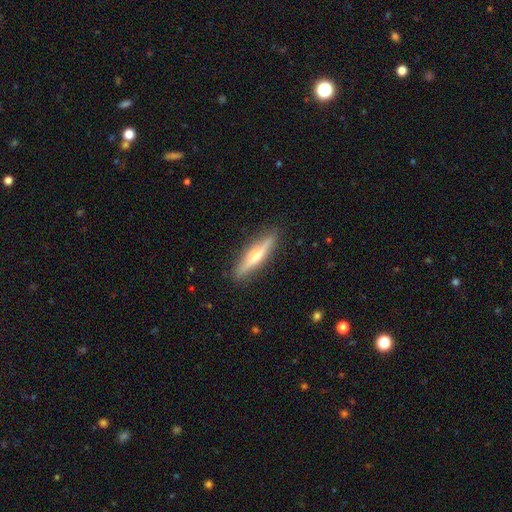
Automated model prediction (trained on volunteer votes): Overall: featured or disk (63%; smooth 31%). Edge-on disk: yes (96%). Edge-on bulge: rounded (84%). Merging: none (90%).